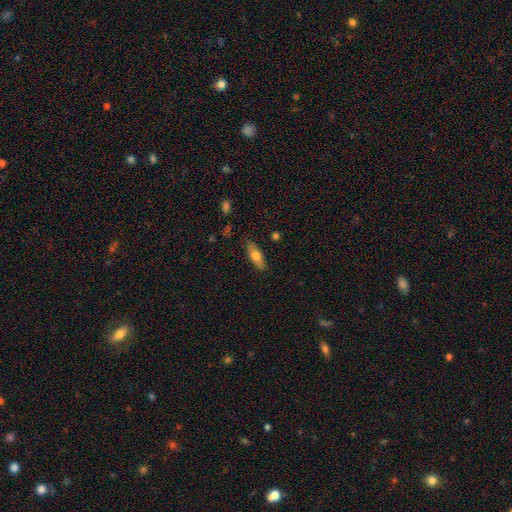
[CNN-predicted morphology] A smooth galaxy with no disk features (62%) that is in between round and cigar-shaped (56%). Merging: none (84%).